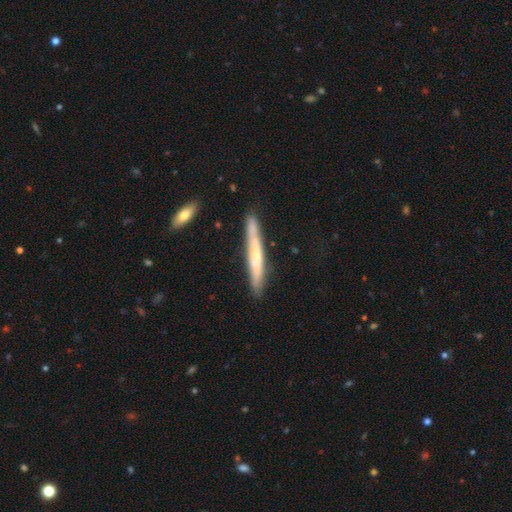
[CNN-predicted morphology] The model was most divided on "smooth or featured" (2-way tie): smooth: 47%, featured or disk: 47%, star or artifact: 6%. More confident: merging — none (82%).